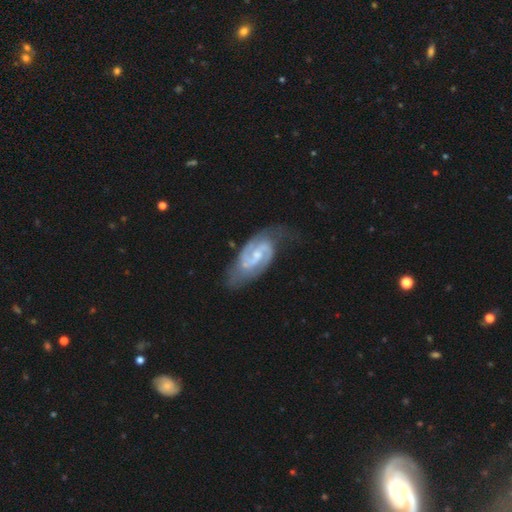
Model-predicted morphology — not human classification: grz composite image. It shows a featured or disk galaxy (90%) with a weak bar (53%), 2 (91%) medium (56%) spiral arms (98%) and a small central bulge (56%). Merging: none (67%).